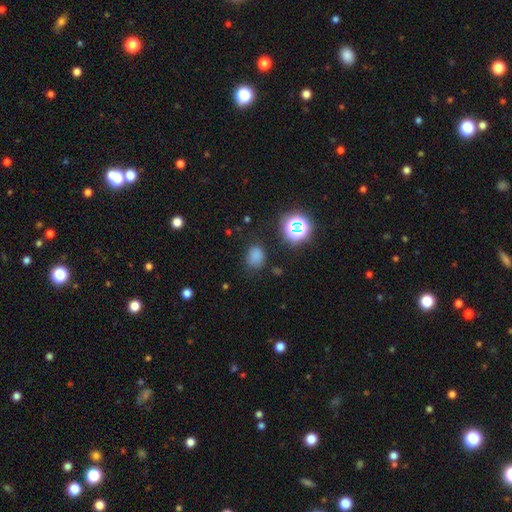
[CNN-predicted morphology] The model was most divided on "how rounded": in between: 52%, round: 47%, cigar-shaped: 1%. More confident: smooth or featured — smooth (74%); merging — none (73%).